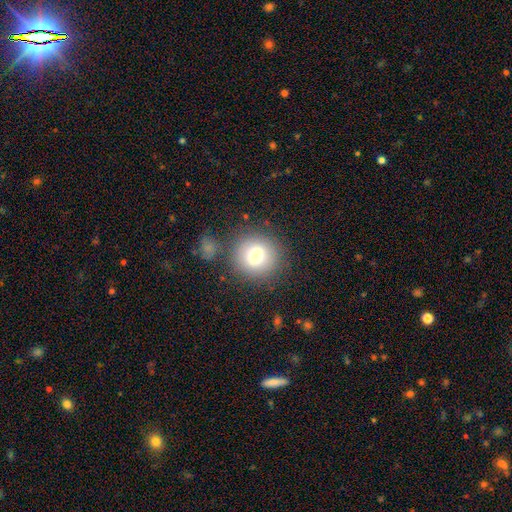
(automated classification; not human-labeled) A smooth galaxy with no disk features (76%) that is round (91%). Merging: none (80%).